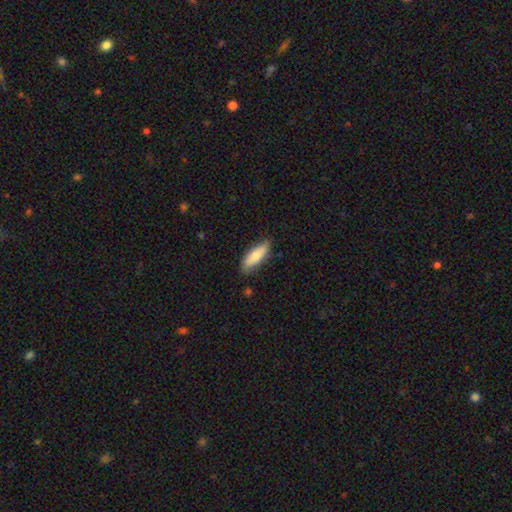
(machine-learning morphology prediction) Q: Smooth or featured?
A: smooth (75%); runner-up: featured or disk (19%)
Q: How rounded?
A: in between (57%); runner-up: cigar-shaped (41%)
Q: Merging?
A: none (79%); runner-up: minor disturbance (16%)